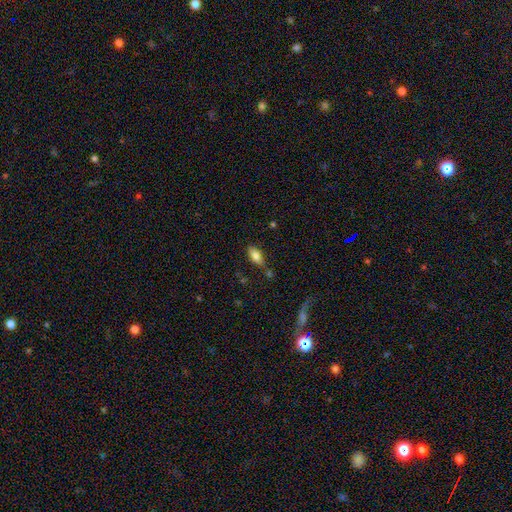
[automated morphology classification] This is clearly a smooth galaxy (80%). How rounded: clearly in between (85%). Merging: likely none (70%).